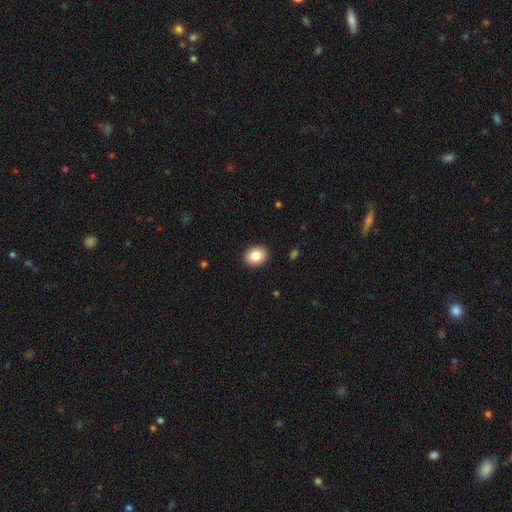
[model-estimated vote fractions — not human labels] Smooth or featured?
  - smooth: 86% *
  - star or artifact: 8%
  - featured or disk: 6%
How rounded?
  - round: 53% *
  - in between: 46%
  - cigar-shaped: 1%
Merging?
  - none: 91% *
  - minor disturbance: 6%
  - major disturbance: 2%
  - merger: 1%